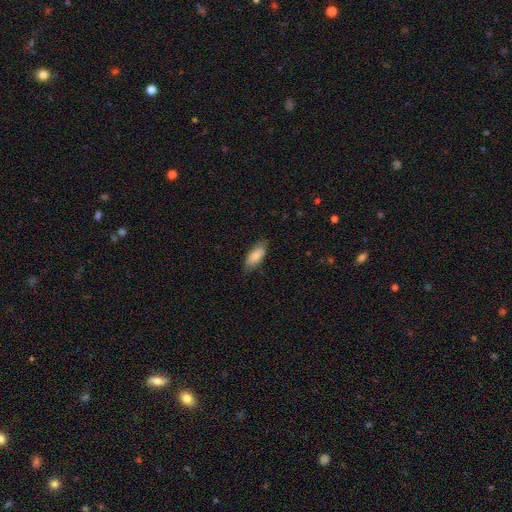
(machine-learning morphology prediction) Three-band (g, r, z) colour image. It shows a smooth galaxy with no disk features (84%) that is in between round and cigar-shaped (82%). Merging: none (77%).